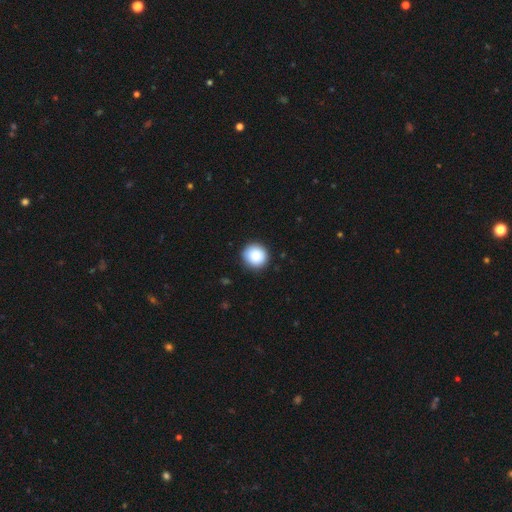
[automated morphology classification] smooth-or-featured: smooth: 87% | star or artifact: 8% | featured or disk: 5%
  how-rounded: round: 93% | in between: 6% | cigar-shaped: 1%
  merging: none: 91% | minor disturbance: 7% | major disturbance: 2% | merger: 1%